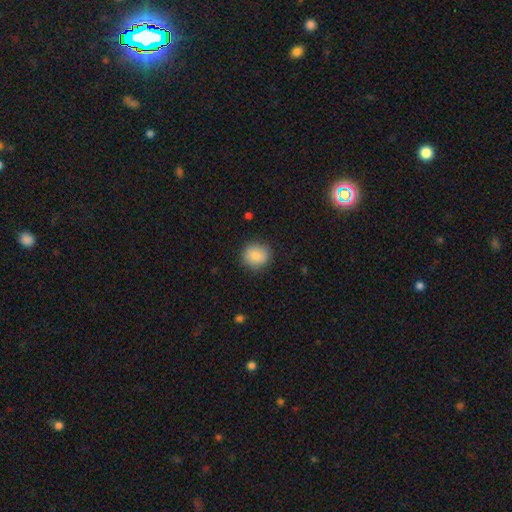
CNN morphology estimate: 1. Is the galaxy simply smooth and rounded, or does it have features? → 85% smooth, 8% star or artifact, 7% featured or disk.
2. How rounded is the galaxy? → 83% round, 16% in between, 1% cigar-shaped.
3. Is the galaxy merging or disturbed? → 86% none, 11% minor disturbance, 3% major disturbance, 1% merger.